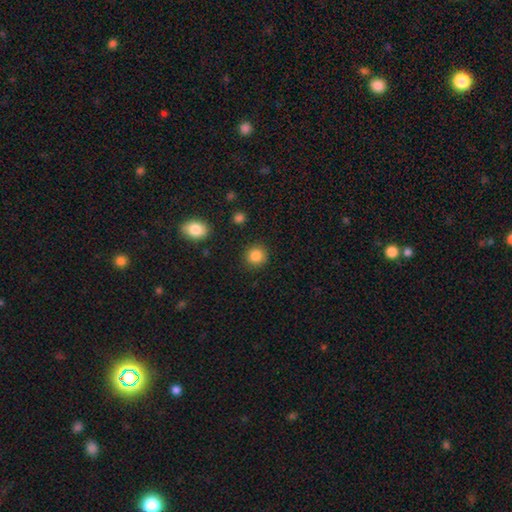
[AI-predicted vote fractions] This is clearly a smooth galaxy (86%). How rounded: clearly round (92%). Merging: clearly none (90%).